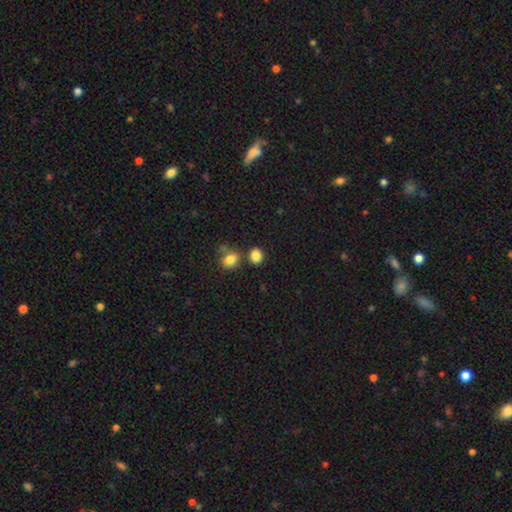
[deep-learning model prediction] Smooth or featured: smooth — 85% (star or artifact — 10%)
How rounded: round — 63% (in between — 36%)
Merging: none — 74% (merger — 14%)